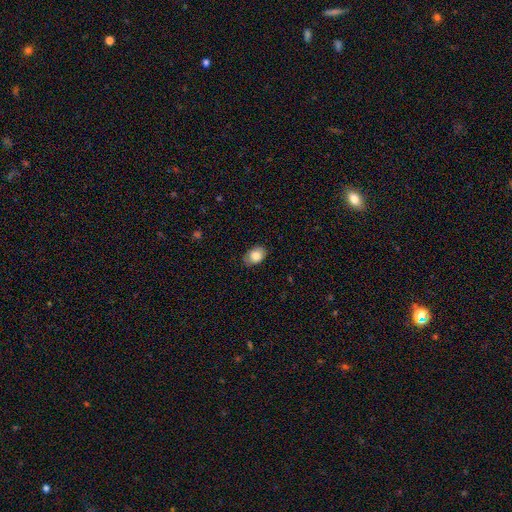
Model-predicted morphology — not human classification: smooth-or-featured: smooth: 83% | featured or disk: 9% | star or artifact: 8%
  how-rounded: in between: 81% | round: 18% | cigar-shaped: 1%
  merging: none: 80% | minor disturbance: 16% | major disturbance: 3% | merger: 1%